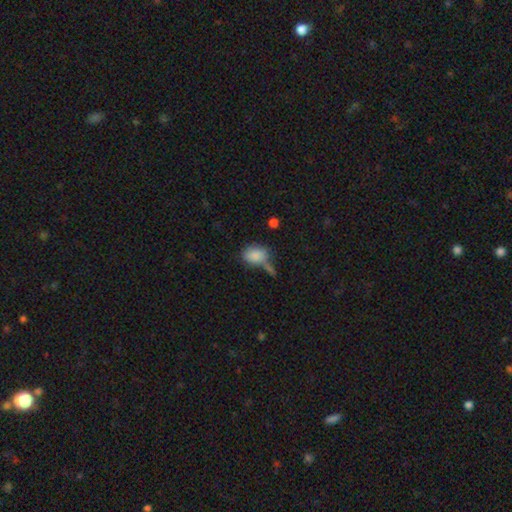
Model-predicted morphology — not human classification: smooth_or_featured: smooth (p=0.84) [alt: star or artifact p=0.09]
how_rounded: in between (p=0.72) [alt: round p=0.26]
merging: none (p=0.47) [alt: minor disturbance p=0.22]